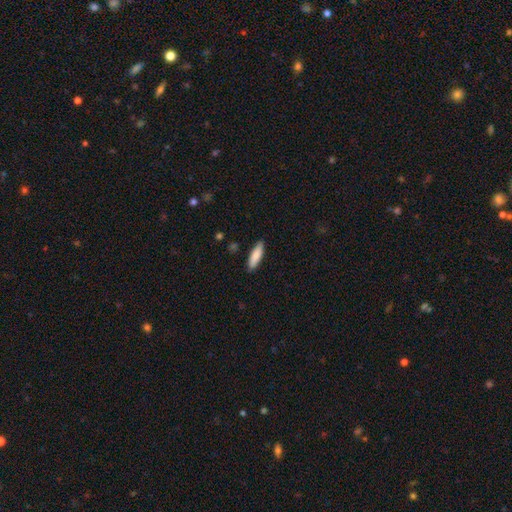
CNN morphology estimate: Smooth or featured? Predicted: smooth (p=0.86). How rounded? Predicted: cigar-shaped (p=0.55). Merging? Predicted: none (p=0.87).